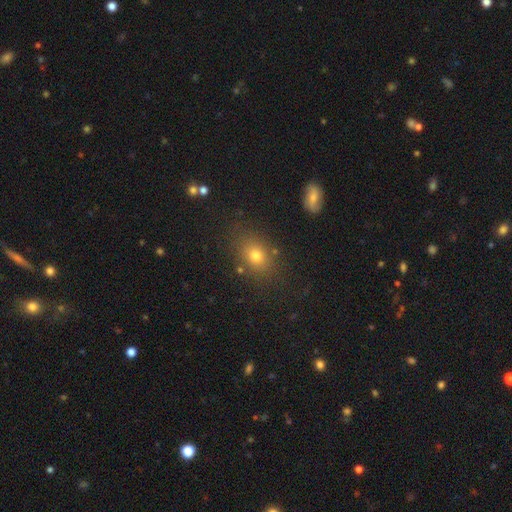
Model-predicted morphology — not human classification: The model was most divided on "how rounded": in between: 61%, round: 37%, cigar-shaped: 2%. More confident: merging — none (80%); smooth or featured — smooth (73%).